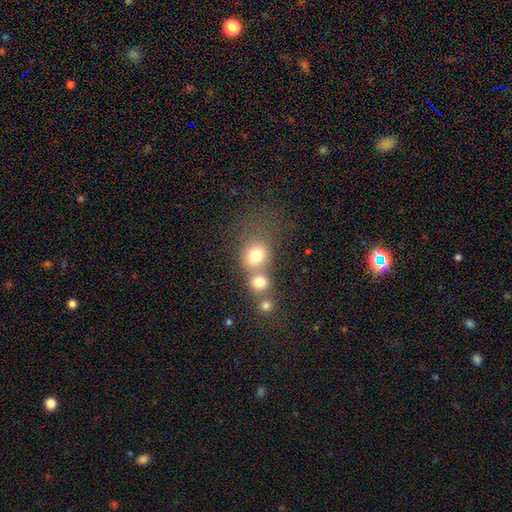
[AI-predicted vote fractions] Q: Smooth or featured?
A: smooth (75%); runner-up: star or artifact (13%)
Q: How rounded?
A: round (67%); runner-up: in between (32%)
Q: Merging?
A: merger (50%); runner-up: none (37%)